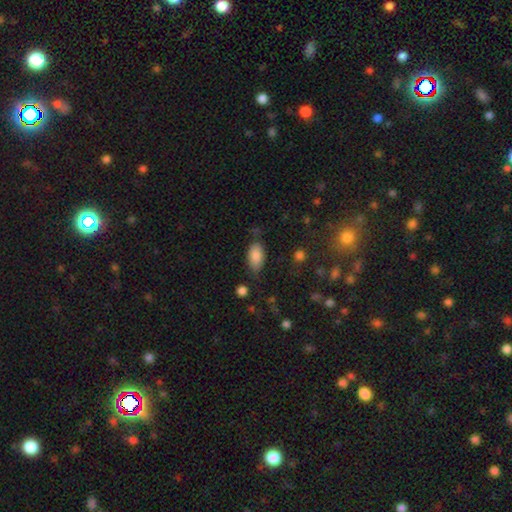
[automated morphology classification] smooth-or-featured: smooth: 86% | star or artifact: 8% | featured or disk: 6%
  how-rounded: in between: 93% | round: 4% | cigar-shaped: 3%
  merging: none: 67% | minor disturbance: 24% | major disturbance: 6% | merger: 3%